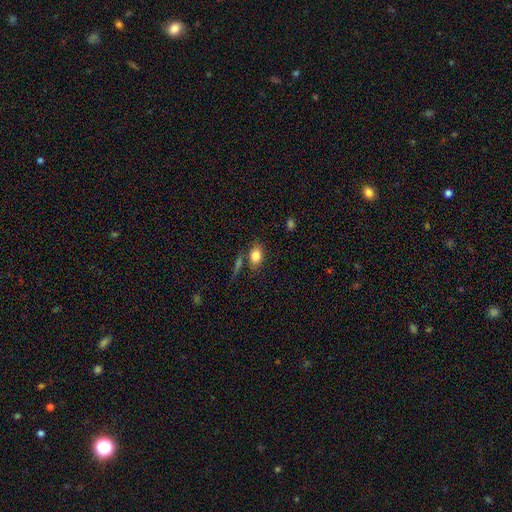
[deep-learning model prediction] Smooth or featured? smooth (82%)
How rounded? in between (73%)
Merging? none (70%)